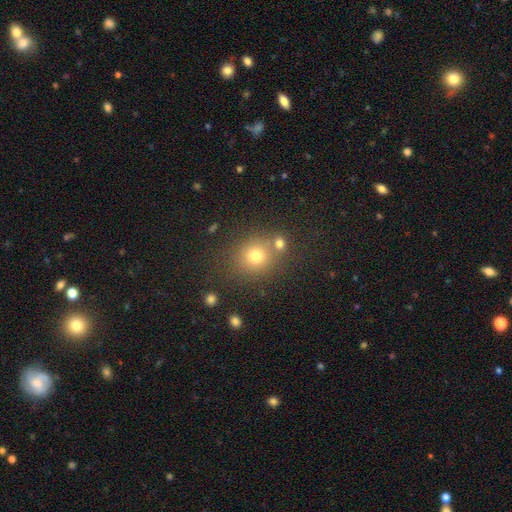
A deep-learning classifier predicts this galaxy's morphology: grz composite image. It shows a smooth galaxy with no disk features (72%) that is round (80%). Merging: none (69%).